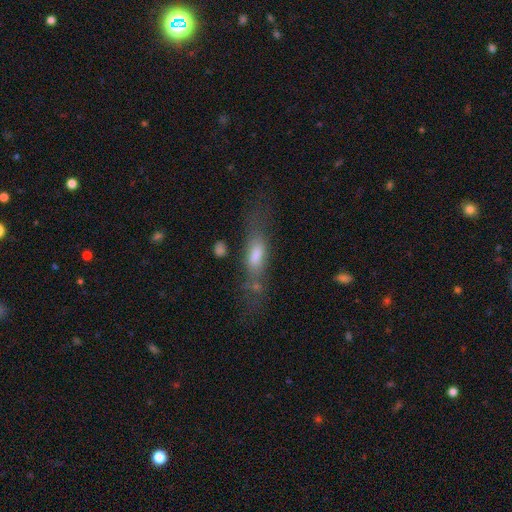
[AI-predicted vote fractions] Smooth or featured?
  - smooth: 52% *
  - featured or disk: 38%
  - star or artifact: 10%
How rounded?
  - cigar-shaped: 63% *
  - in between: 34%
  - round: 3%
Merging?
  - none: 57% *
  - minor disturbance: 21%
  - major disturbance: 17%
  - merger: 5%